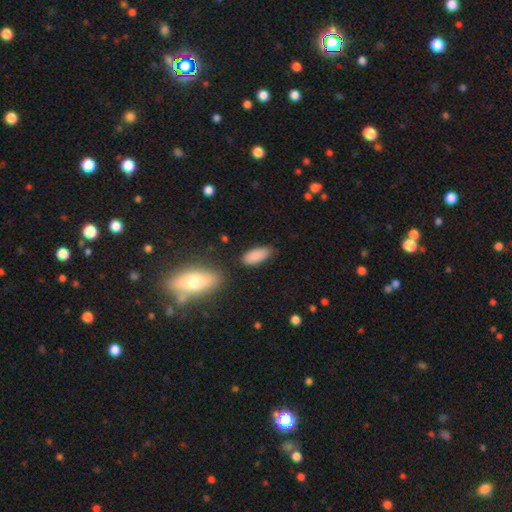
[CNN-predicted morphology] smooth_or_featured: smooth (p=0.88) [alt: star or artifact p=0.07]
how_rounded: in between (p=0.87) [alt: cigar-shaped p=0.10]
merging: none (p=0.81) [alt: minor disturbance p=0.12]